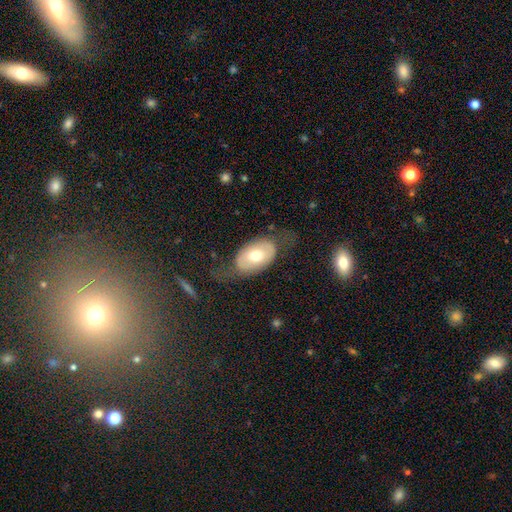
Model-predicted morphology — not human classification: Smooth or featured?
  - smooth: 56% *
  - featured or disk: 37%
  - star or artifact: 6%
How rounded?
  - in between: 91% *
  - round: 8%
  - cigar-shaped: 1%
Merging?
  - none: 59% *
  - minor disturbance: 21%
  - major disturbance: 18%
  - merger: 2%